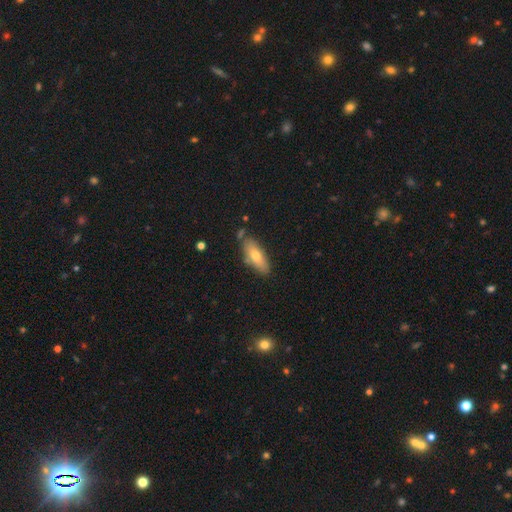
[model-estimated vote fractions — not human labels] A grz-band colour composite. It shows a smooth galaxy with no disk features (67%) that is in between round and cigar-shaped (69%). Merging: none (77%).